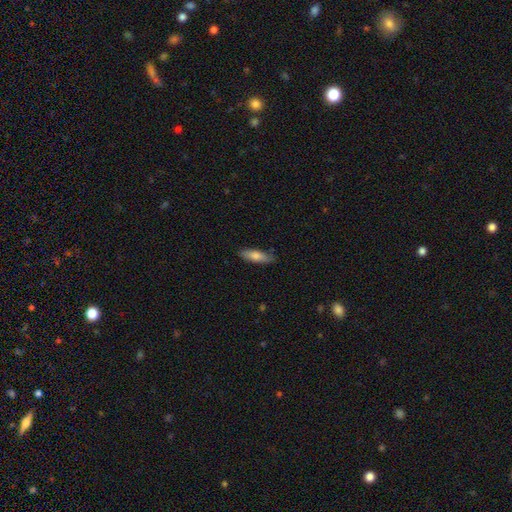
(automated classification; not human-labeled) smooth_or_featured: smooth (p=0.75) [alt: featured or disk p=0.18]
how_rounded: cigar-shaped (p=0.51) [alt: in between p=0.47]
merging: none (p=0.82) [alt: minor disturbance p=0.14]